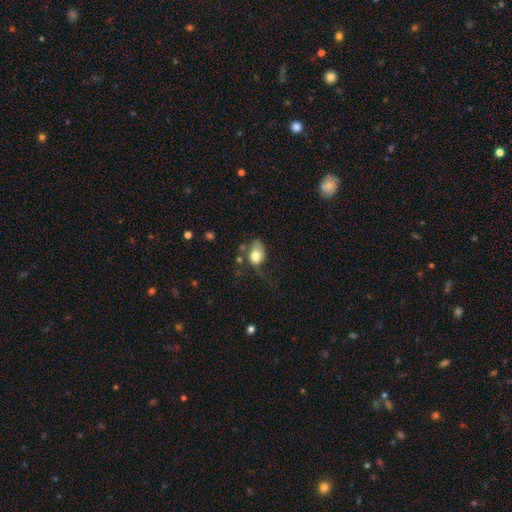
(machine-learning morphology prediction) Smooth or featured: smooth — 74% (featured or disk — 18%)
How rounded: in between — 73% (round — 26%)
Merging: none — 33% (minor disturbance — 32%)